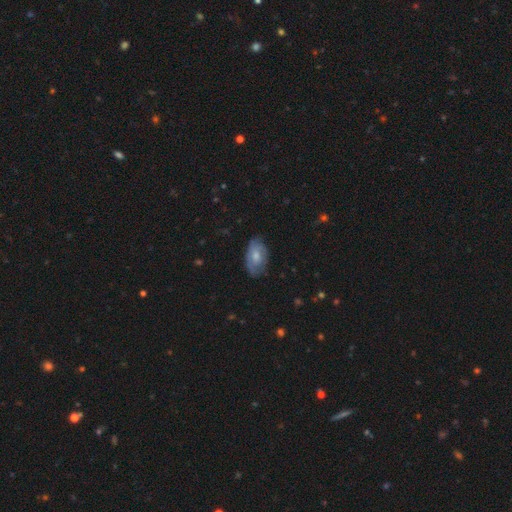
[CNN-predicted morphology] The model was most divided on "smooth or featured": smooth: 55%, featured or disk: 38%, star or artifact: 7%. More confident: how rounded — in between (92%); merging — none (69%).